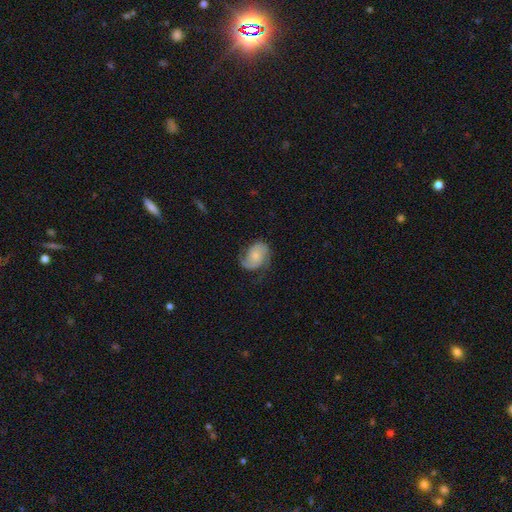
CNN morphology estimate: The model was most divided on "bulge size": small: 46%, moderate: 33%, none: 13%, large: 6%, dominant: 2%. Remaining: edge-on disk — no (98%); spiral arms — yes (93%); spiral arm count — 2 (81%); bar — no (70%); smooth or featured — featured or disk (67%); merging — none (64%); spiral winding — medium (45%).